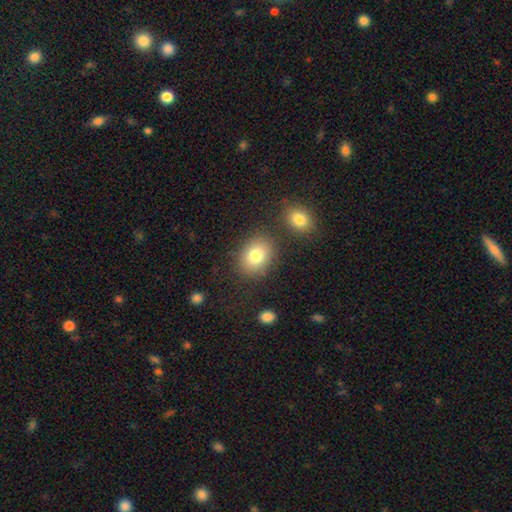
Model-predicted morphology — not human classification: Smooth or featured? smooth (80%)
How rounded? in between (58%)
Merging? none (79%)